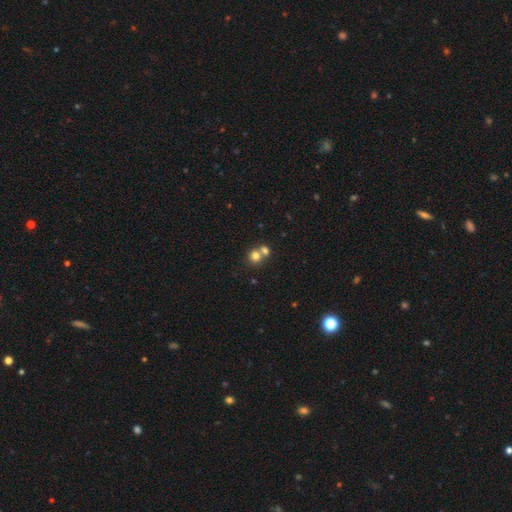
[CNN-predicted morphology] A smooth galaxy with no disk features (76%) that is round (82%).

Vote fractions:
- Smooth or featured? smooth: 76% / star or artifact: 12% / featured or disk: 12%
- How rounded? round: 82% / in between: 17% / cigar-shaped: 1%
- Merging? merger: 52% / none: 40% / minor disturbance: 5% / major disturbance: 2%